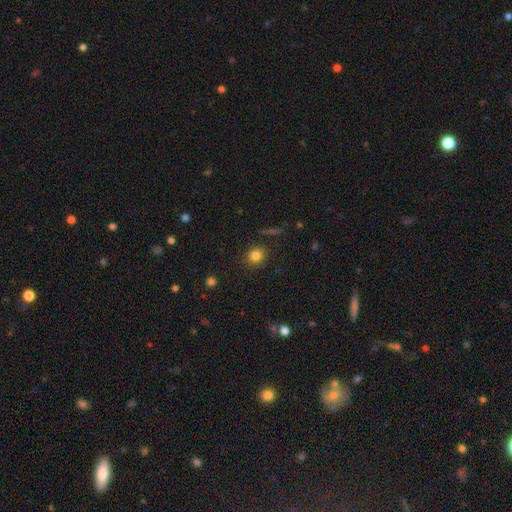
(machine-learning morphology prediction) A smooth galaxy with no disk features (81%) that is round (82%).

Vote fractions:
- Smooth or featured? smooth: 81% / star or artifact: 13% / featured or disk: 6%
- How rounded? round: 82% / in between: 17% / cigar-shaped: 1%
- Merging? none: 88% / minor disturbance: 8% / major disturbance: 2% / merger: 1%